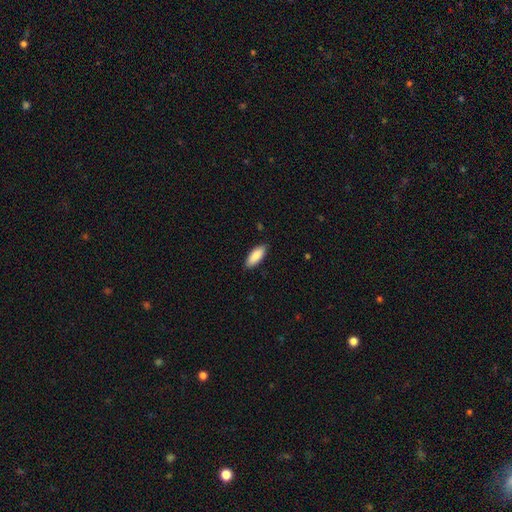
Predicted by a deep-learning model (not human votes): Smooth or featured: smooth — 89% (star or artifact — 6%)
How rounded: in between — 74% (cigar-shaped — 24%)
Merging: none — 88% (minor disturbance — 9%)